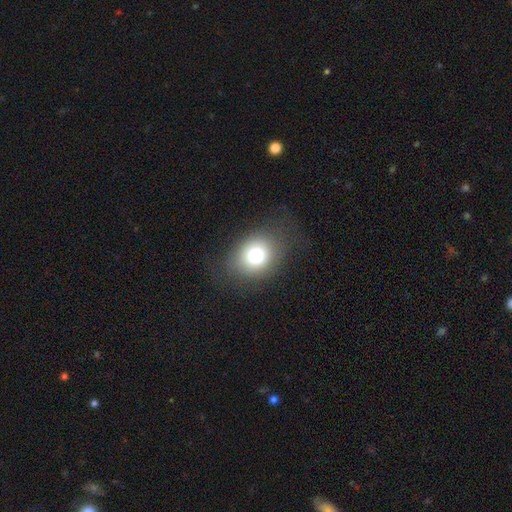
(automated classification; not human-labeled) Smooth or featured: smooth — 76% (featured or disk — 13%)
How rounded: in between — 51% (round — 48%)
Merging: none — 75% (minor disturbance — 15%)